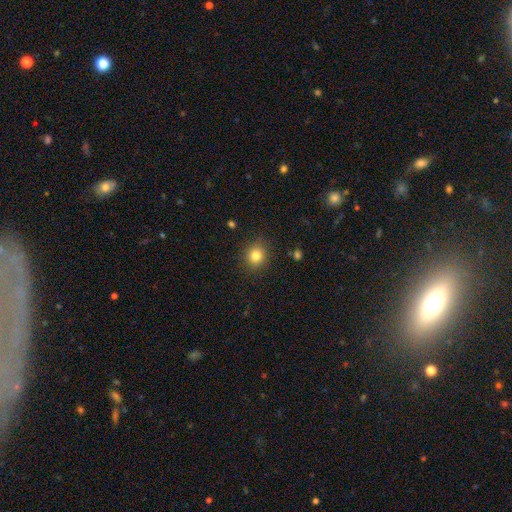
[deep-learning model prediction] Smooth or featured? smooth (82%)
How rounded? round (85%)
Merging? none (89%)